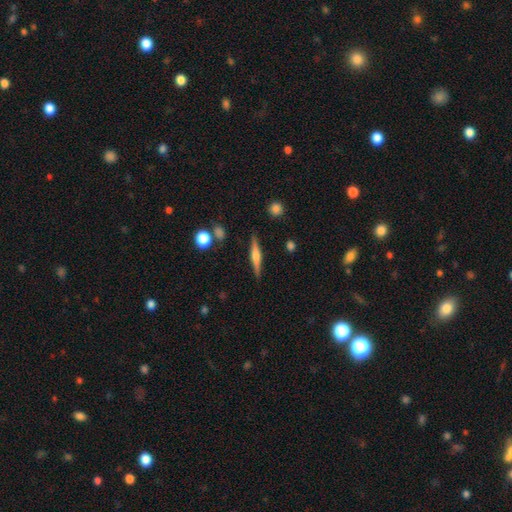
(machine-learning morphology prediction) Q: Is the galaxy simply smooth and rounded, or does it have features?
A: featured or disk — 60%.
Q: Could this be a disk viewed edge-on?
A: yes — 97%.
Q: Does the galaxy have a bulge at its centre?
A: rounded — 74%.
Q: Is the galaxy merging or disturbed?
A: none — 88%.